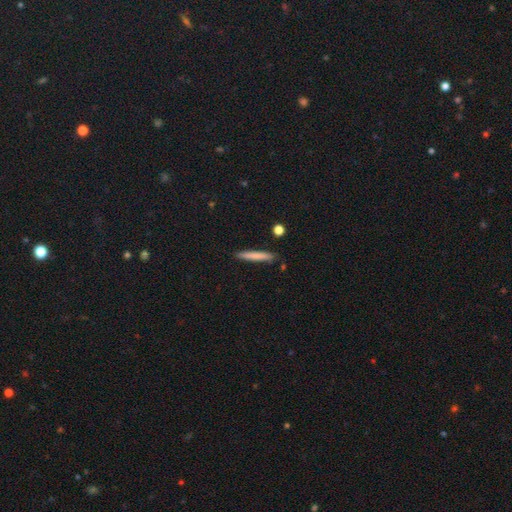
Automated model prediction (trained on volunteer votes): Overall: smooth (73%). How rounded: cigar-shaped (96%). Merging: none (88%).